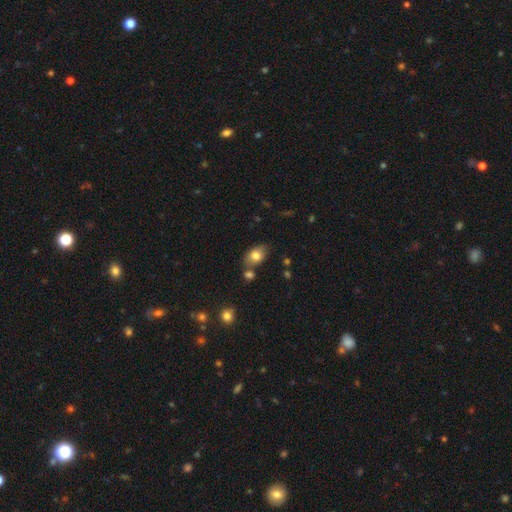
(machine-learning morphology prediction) smooth 80%, featured or disk 12%, star or artifact 9%. Down the decision tree: how rounded — in between (83%); merging — none (64%).